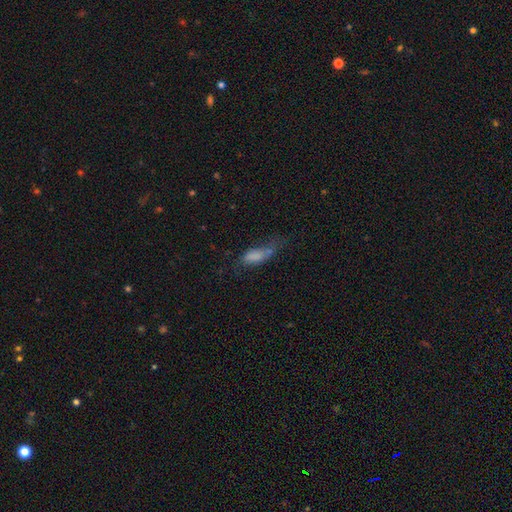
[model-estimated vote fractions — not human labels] The model was most divided on "merging": major disturbance: 39%, minor disturbance: 27%, none: 26%, merger: 8%. More confident: how rounded — in between (69%); smooth or featured — smooth (69%).